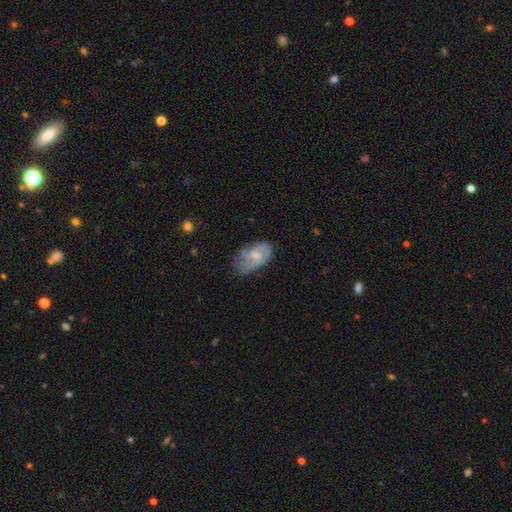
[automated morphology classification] type=featured or disk (71%); edge-on=no (97%); bar=no (53%); spiral arms=yes (90%); winding=medium (49%); arm count=2 (51%); bulge=small (44%); merging=none (56%).